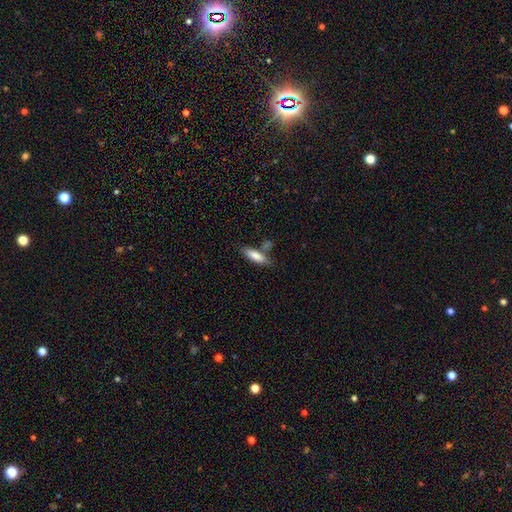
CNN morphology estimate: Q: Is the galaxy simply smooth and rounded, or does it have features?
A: smooth — 78%.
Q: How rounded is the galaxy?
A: cigar-shaped — 56%.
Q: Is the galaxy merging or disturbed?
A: none — 64%.